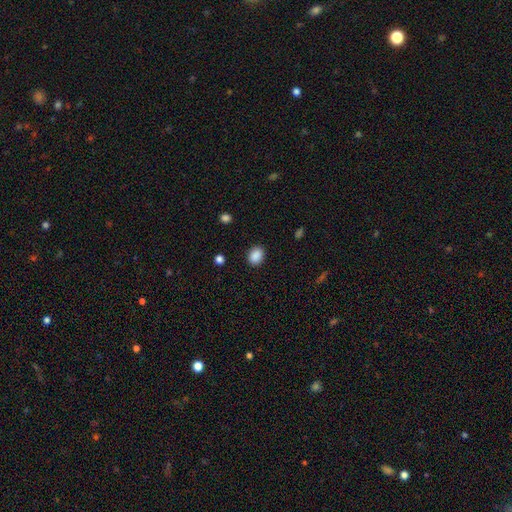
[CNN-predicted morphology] A smooth galaxy with no disk features (89%) that is in between round and cigar-shaped (53%). Merging: none (88%).